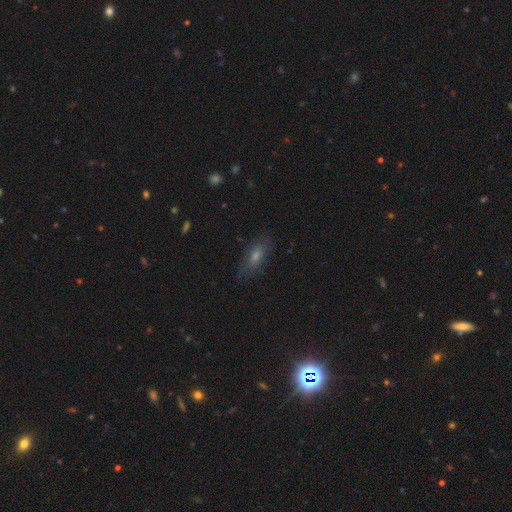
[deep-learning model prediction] smooth-or-featured: smooth: 44% | featured or disk: 32% | star or artifact: 24%
  merging: none: 77% | minor disturbance: 16% | major disturbance: 5% | merger: 2%